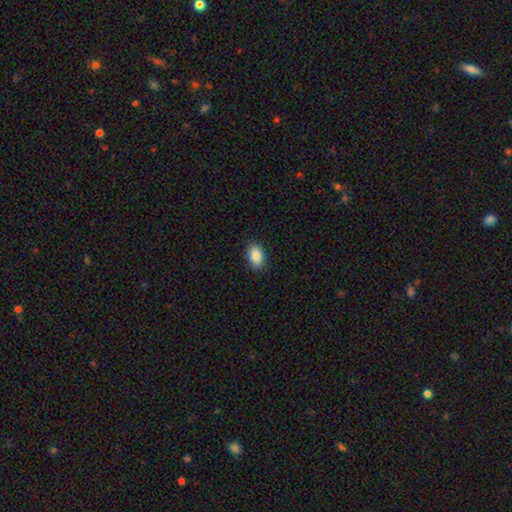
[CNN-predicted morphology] A smooth galaxy with no disk features (87%) that is in between round and cigar-shaped (88%). Merging: none (89%).